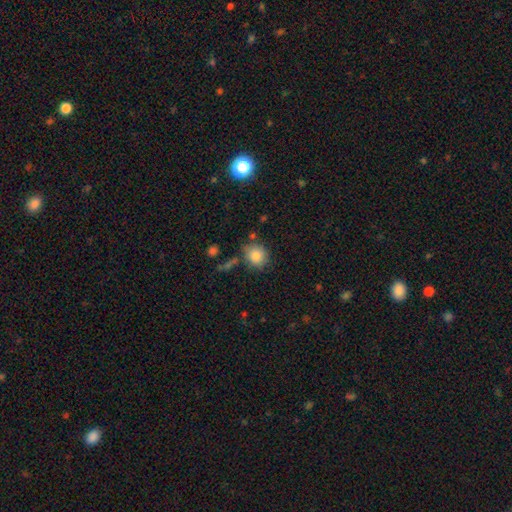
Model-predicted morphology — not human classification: Smooth or featured? Predicted: smooth (p=0.84). How rounded? Predicted: round (p=0.74). Merging? Predicted: none (p=0.72).